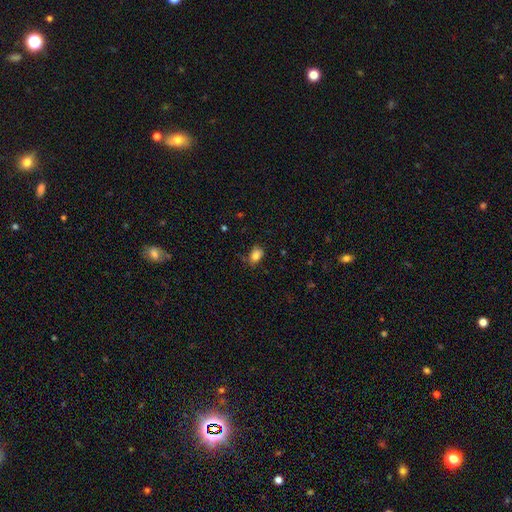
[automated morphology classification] smooth 82%, star or artifact 10%, featured or disk 7%. Down the decision tree: how rounded — in between (78%); merging — none (69%).